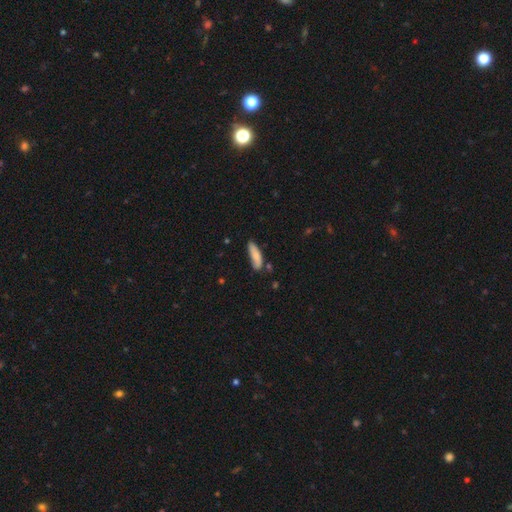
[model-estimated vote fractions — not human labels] Smooth or featured?
  - smooth: 81% *
  - featured or disk: 13%
  - star or artifact: 6%
How rounded?
  - cigar-shaped: 60% *
  - in between: 39%
  - round: 2%
Merging?
  - none: 66% *
  - minor disturbance: 24%
  - merger: 5%
  - major disturbance: 5%